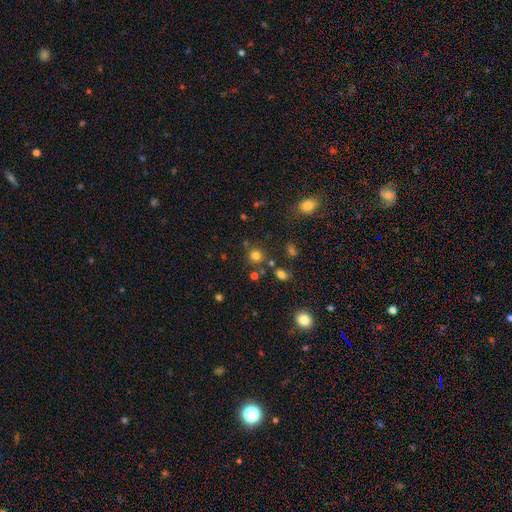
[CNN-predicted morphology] Smooth or featured?
  - smooth: 77% *
  - star or artifact: 17%
  - featured or disk: 6%
How rounded?
  - round: 90% *
  - in between: 9%
  - cigar-shaped: 1%
Merging?
  - none: 79% *
  - merger: 9%
  - minor disturbance: 8%
  - major disturbance: 3%